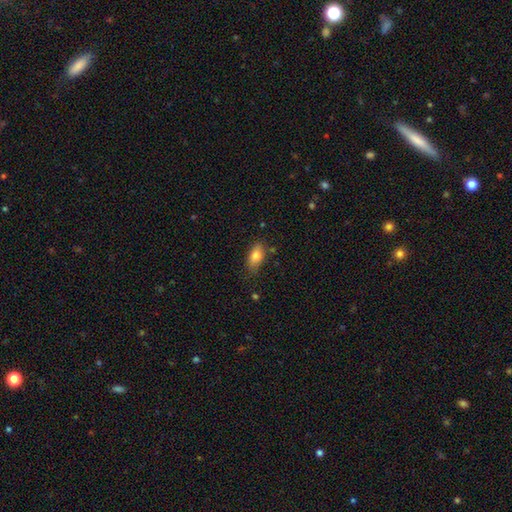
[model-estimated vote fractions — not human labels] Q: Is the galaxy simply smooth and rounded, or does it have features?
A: smooth — 81%.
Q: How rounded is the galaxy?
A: in between — 86%.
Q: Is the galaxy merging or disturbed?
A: none — 73%.